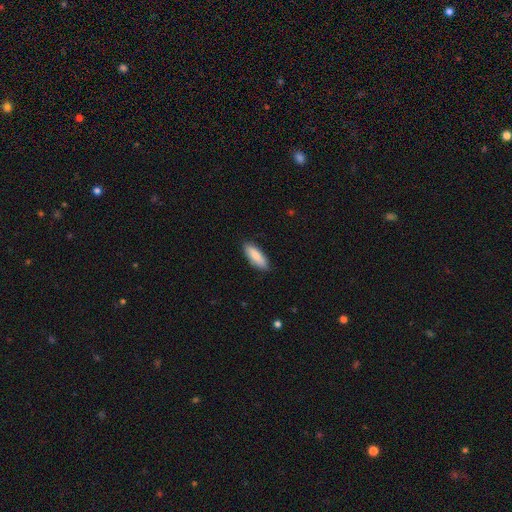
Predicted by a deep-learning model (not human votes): Q: Smooth or featured?
A: smooth (87%); runner-up: featured or disk (8%)
Q: How rounded?
A: in between (64%); runner-up: cigar-shaped (34%)
Q: Merging?
A: none (87%); runner-up: minor disturbance (10%)